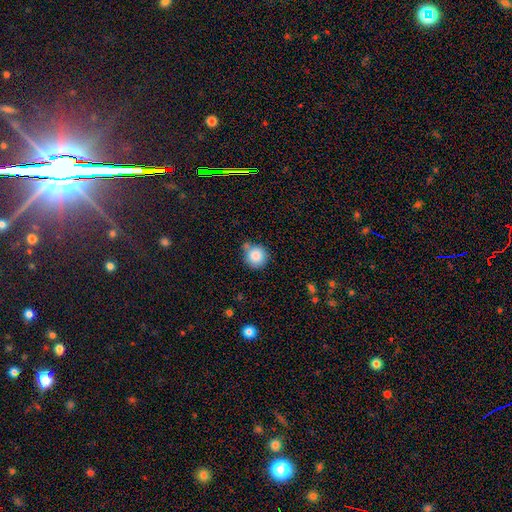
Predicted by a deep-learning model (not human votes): smooth-or-featured: smooth: 86% | star or artifact: 9% | featured or disk: 5%
  how-rounded: round: 94% | in between: 5% | cigar-shaped: 1%
  merging: none: 68% | minor disturbance: 17% | merger: 11% | major disturbance: 4%